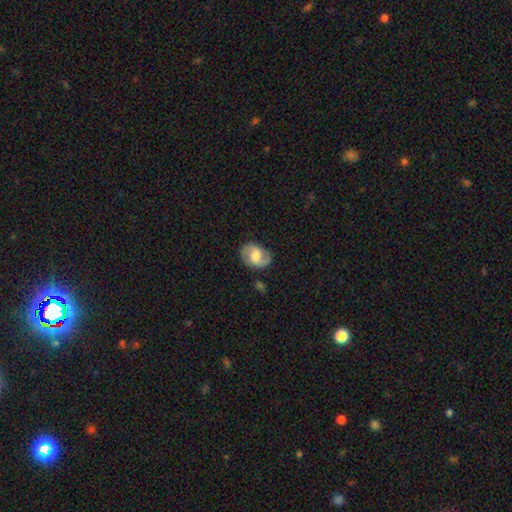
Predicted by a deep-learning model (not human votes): Q: Smooth or featured?
A: featured or disk (62%); runner-up: smooth (32%)
Q: Edge-on disk?
A: no (97%); runner-up: yes (3%)
Q: Bar?
A: weak (45%); runner-up: no (44%)
Q: Spiral arms?
A: yes (88%); runner-up: no (12%)
Q: Spiral winding?
A: medium (47%); runner-up: loose (34%)
Q: Spiral arm count?
A: 2 (86%); runner-up: can't tell (6%)
Q: Bulge size?
A: moderate (57%); runner-up: large (24%)
Q: Merging?
A: none (76%); runner-up: minor disturbance (17%)